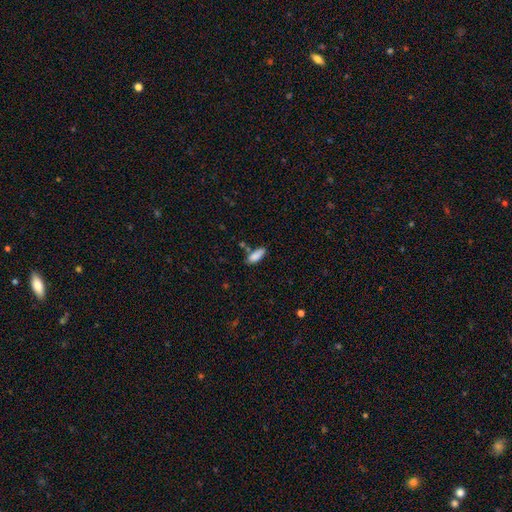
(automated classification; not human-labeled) Smooth or featured? Predicted: smooth (p=0.86). How rounded? Predicted: in between (p=0.70). Merging? Predicted: none (p=0.66).